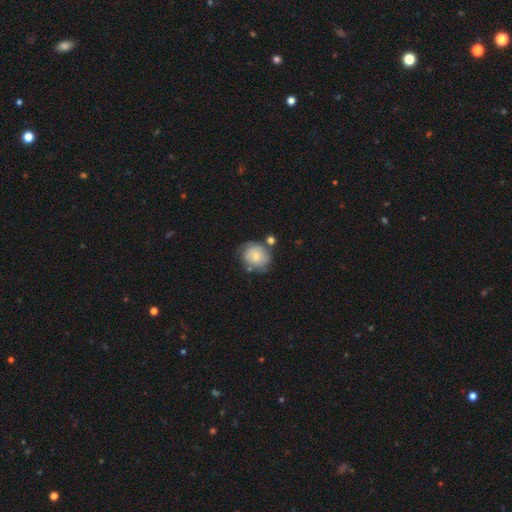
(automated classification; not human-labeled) Smooth or featured: smooth — 64% (featured or disk — 28%)
How rounded: round — 77% (in between — 22%)
Merging: none — 60% (minor disturbance — 22%)